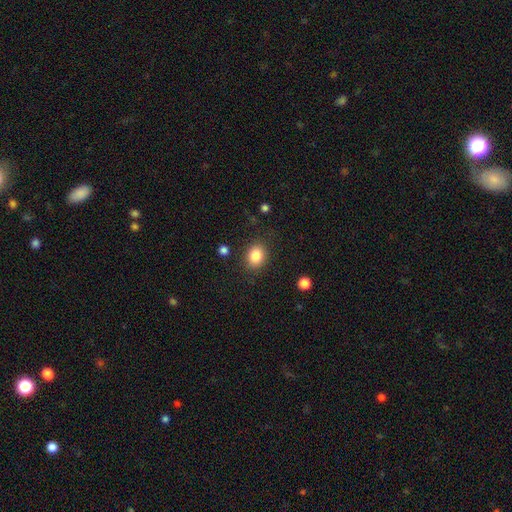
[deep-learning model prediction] This is clearly a smooth galaxy (85%). How rounded: possibly in between (52%). Merging: clearly none (85%).